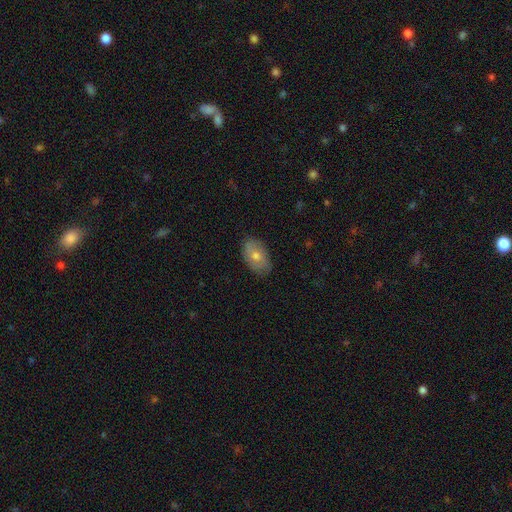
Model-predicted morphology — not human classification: smooth-or-featured: smooth: 57% | featured or disk: 34% | star or artifact: 8%
  how-rounded: in between: 91% | round: 8% | cigar-shaped: 2%
  merging: none: 82% | minor disturbance: 14% | major disturbance: 3% | merger: 1%